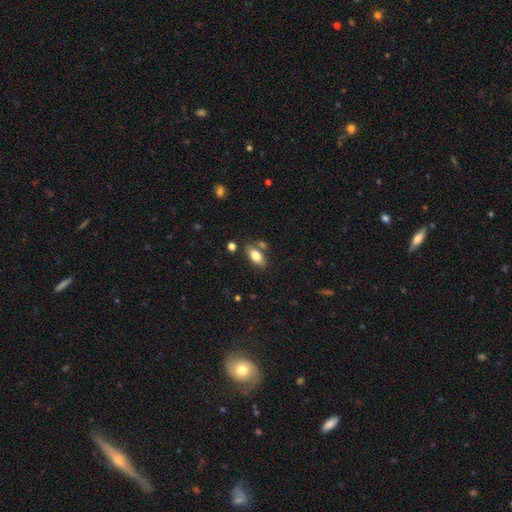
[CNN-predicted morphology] A smooth galaxy with no disk features (78%) that is in between round and cigar-shaped (88%). Merging: none (72%).